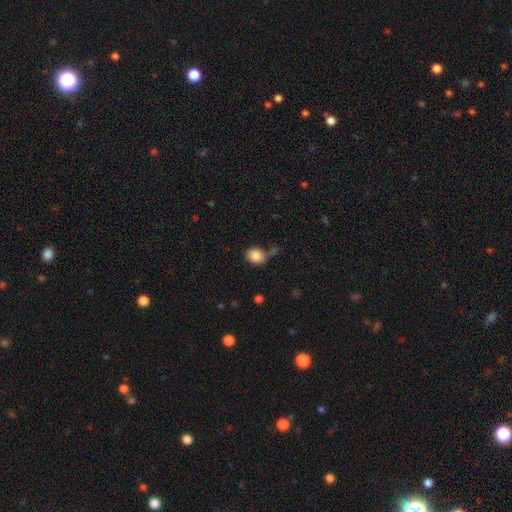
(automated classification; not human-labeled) Smooth or featured? Predicted: smooth (p=0.87). How rounded? Predicted: in between (p=0.51). Merging? Predicted: none (p=0.65).